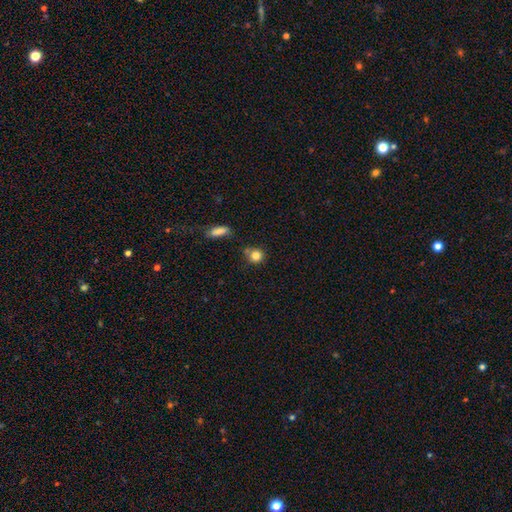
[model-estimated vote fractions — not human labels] smooth 82%, star or artifact 11%, featured or disk 7%. Down the decision tree: how rounded — round (86%); merging — none (65%).